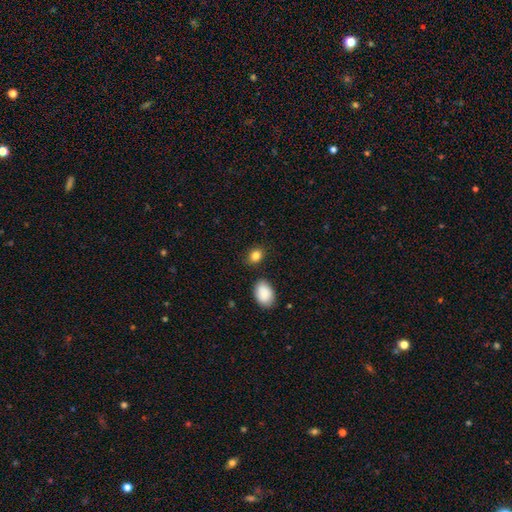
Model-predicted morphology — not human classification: Smooth or featured?
  - smooth: 85% *
  - star or artifact: 10%
  - featured or disk: 5%
How rounded?
  - in between: 59% *
  - round: 40%
  - cigar-shaped: 1%
Merging?
  - none: 81% *
  - minor disturbance: 12%
  - merger: 5%
  - major disturbance: 3%